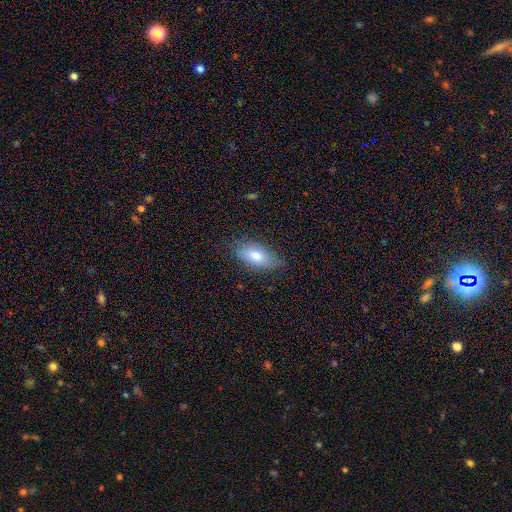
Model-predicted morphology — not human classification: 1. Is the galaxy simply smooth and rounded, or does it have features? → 76% smooth, 17% featured or disk, 7% star or artifact.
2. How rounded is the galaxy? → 89% in between, 7% cigar-shaped, 4% round.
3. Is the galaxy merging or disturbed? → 76% none, 19% minor disturbance, 4% major disturbance, 1% merger.